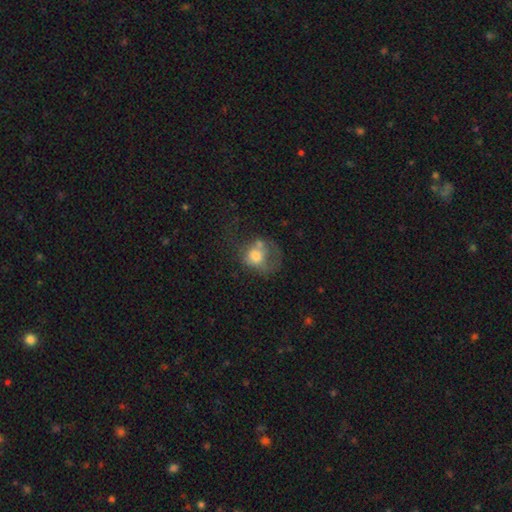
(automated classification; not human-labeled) Smooth or featured: smooth — 62% (featured or disk — 28%)
How rounded: round — 62% (in between — 37%)
Merging: major disturbance — 39% (none — 26%)